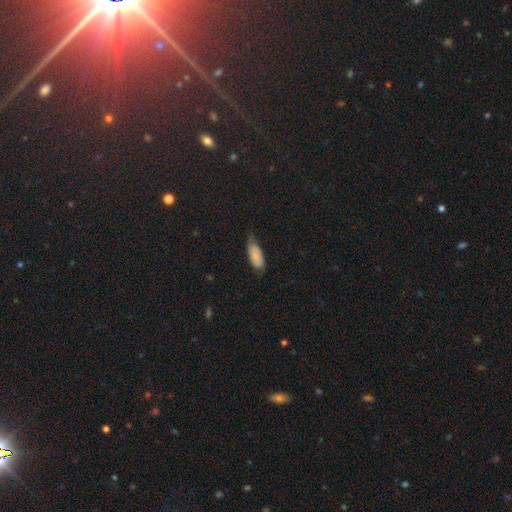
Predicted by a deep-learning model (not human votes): A smooth galaxy with no disk features (80%) that is in between round and cigar-shaped (85%).

Vote fractions:
- Smooth or featured? smooth: 80% / featured or disk: 14% / star or artifact: 7%
- How rounded? in between: 85% / cigar-shaped: 13% / round: 2%
- Merging? minor disturbance: 43% (tied) / none: 43% (tied) / major disturbance: 12% / merger: 2%